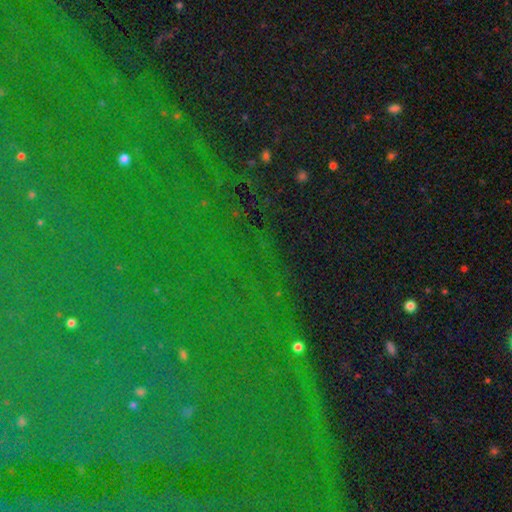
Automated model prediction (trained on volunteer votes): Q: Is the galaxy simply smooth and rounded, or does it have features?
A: star or artifact — 85%.